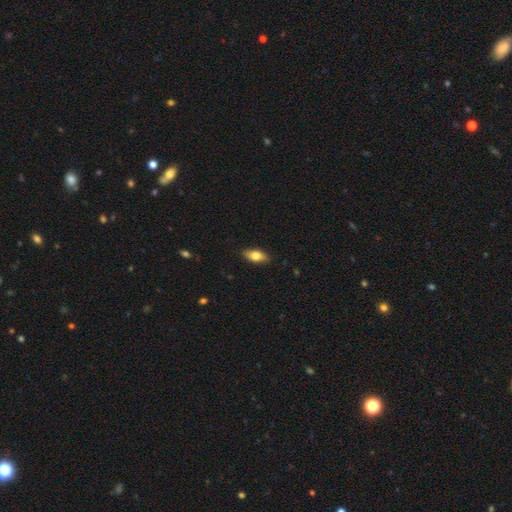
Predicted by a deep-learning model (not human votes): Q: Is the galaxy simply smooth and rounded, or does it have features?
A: smooth — 75%.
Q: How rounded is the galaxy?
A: in between — 85%.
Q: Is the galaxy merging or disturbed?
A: none — 87%.